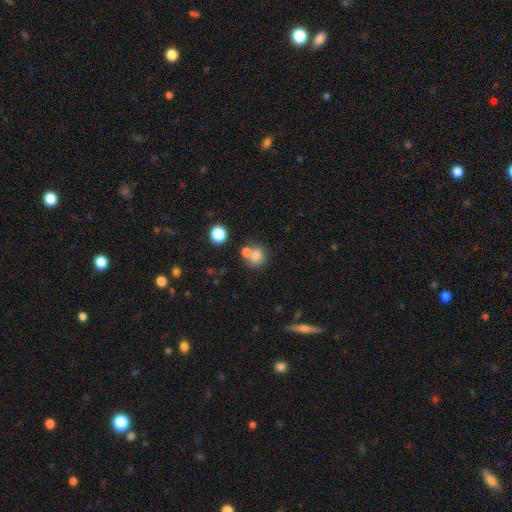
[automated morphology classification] This is likely a smooth galaxy (76%). How rounded: likely round (68%). Merging: possibly none (50%).